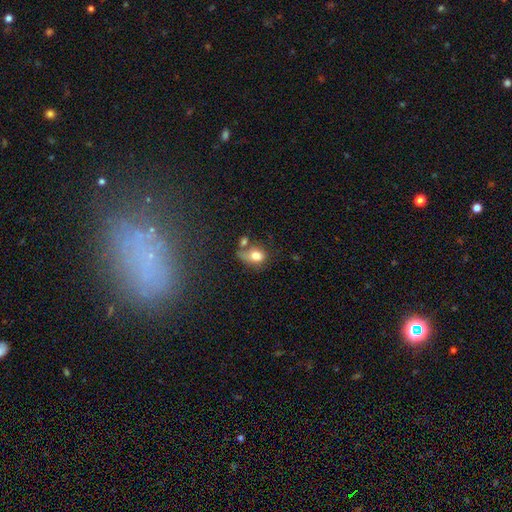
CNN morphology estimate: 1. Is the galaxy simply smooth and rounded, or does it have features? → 75% smooth, 15% featured or disk, 10% star or artifact.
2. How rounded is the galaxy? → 61% in between, 37% round, 2% cigar-shaped.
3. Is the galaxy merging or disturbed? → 32% merger, 30% none, 21% minor disturbance, 18% major disturbance.